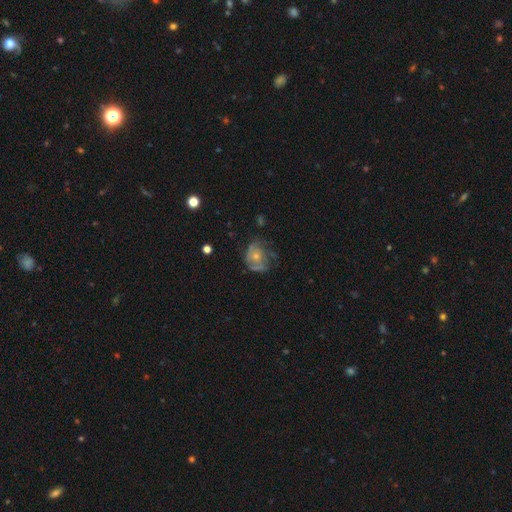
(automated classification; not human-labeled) Q: Smooth or featured?
A: featured or disk (58%); runner-up: smooth (33%)
Q: Edge-on disk?
A: no (97%); runner-up: yes (3%)
Q: Bar?
A: no (85%); runner-up: weak (13%)
Q: Spiral arms?
A: yes (58%); runner-up: no (42%)
Q: Bulge size?
A: small (49%); runner-up: moderate (43%)
Q: Merging?
A: none (45%); runner-up: minor disturbance (27%)